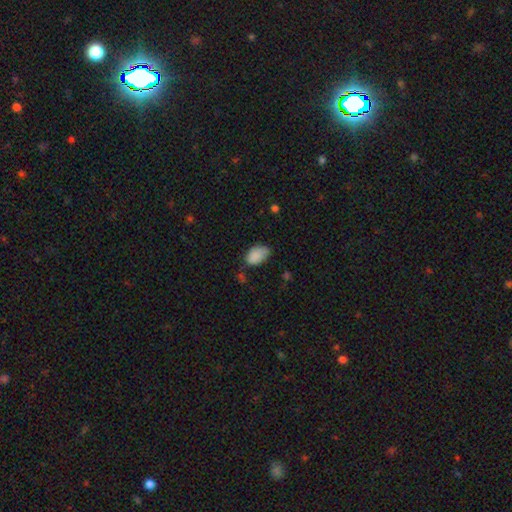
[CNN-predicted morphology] type=smooth (86%); roundness=in between (91%); merging=none (53%).